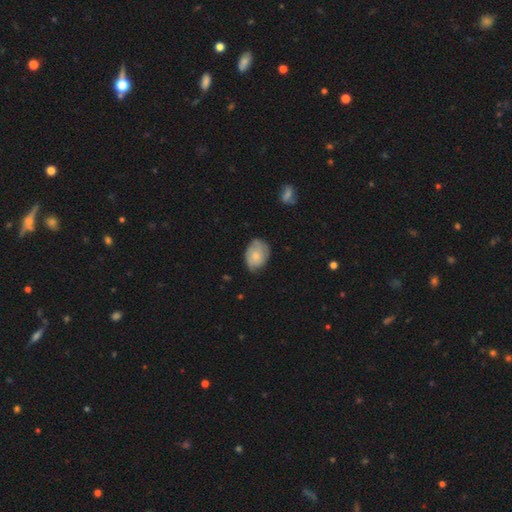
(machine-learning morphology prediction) A smooth galaxy with no disk features (68%) that is in between round and cigar-shaped (73%). Merging: none (62%).